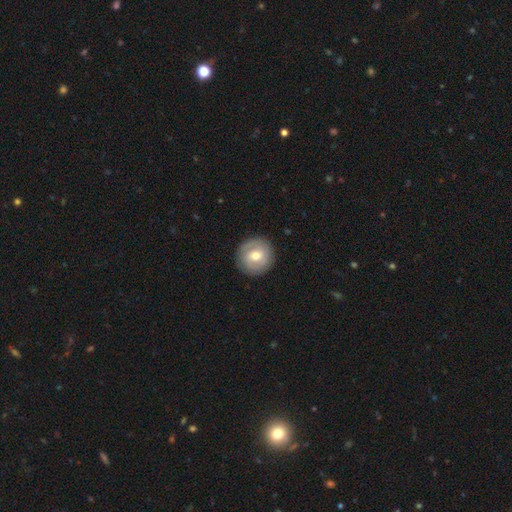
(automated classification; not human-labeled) Q: Smooth or featured?
A: featured or disk (48%); runner-up: smooth (46%)
Q: Merging?
A: none (88%); runner-up: minor disturbance (8%)